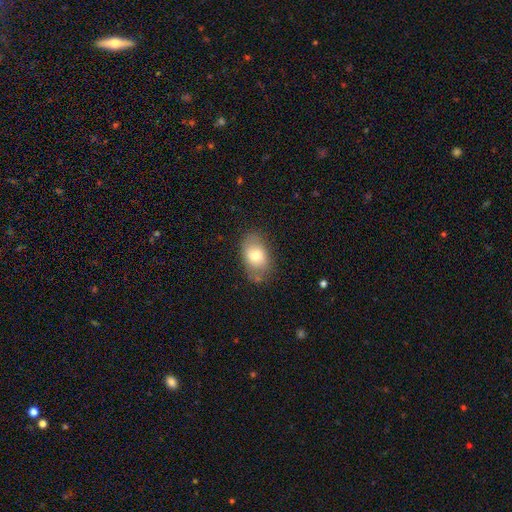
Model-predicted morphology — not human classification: Smooth or featured?
  - smooth: 71% *
  - featured or disk: 21%
  - star or artifact: 8%
How rounded?
  - in between: 84% *
  - round: 15%
  - cigar-shaped: 1%
Merging?
  - none: 71% *
  - minor disturbance: 21%
  - major disturbance: 6%
  - merger: 3%